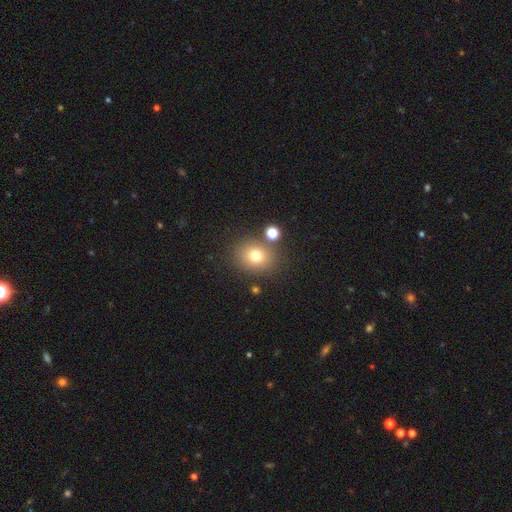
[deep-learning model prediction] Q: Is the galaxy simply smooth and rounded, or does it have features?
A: smooth — 75%.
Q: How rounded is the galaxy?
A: round — 71%.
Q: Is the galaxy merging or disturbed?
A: none — 78%.